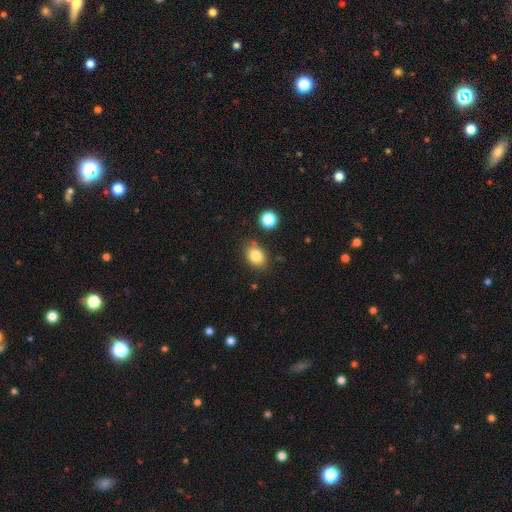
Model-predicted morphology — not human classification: Smooth or featured?
  - smooth: 83% *
  - star or artifact: 10%
  - featured or disk: 7%
How rounded?
  - in between: 71% *
  - round: 28%
  - cigar-shaped: 1%
Merging?
  - none: 77% *
  - minor disturbance: 14%
  - merger: 6%
  - major disturbance: 3%